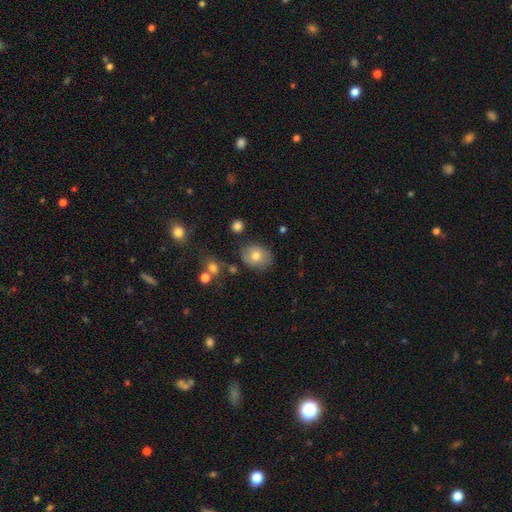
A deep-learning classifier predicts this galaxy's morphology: This is likely a smooth galaxy (75%). How rounded: possibly round (54%). Merging: likely none (76%).